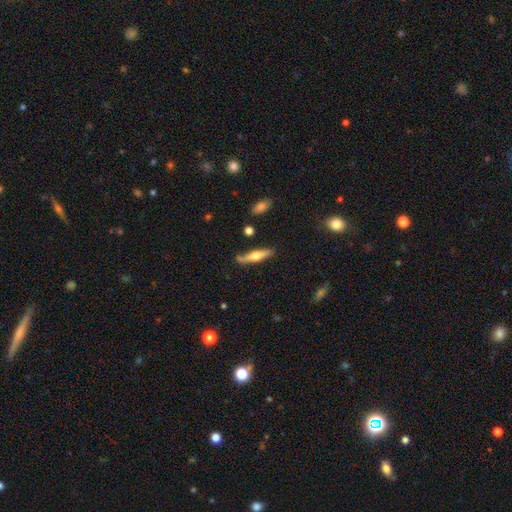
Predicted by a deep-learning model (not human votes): A featured or disk galaxy (50%).

Vote fractions:
- Smooth or featured? featured or disk: 50% / smooth: 44% / star or artifact: 6%
- Merging? none: 77% / minor disturbance: 16% / merger: 4% / major disturbance: 3%